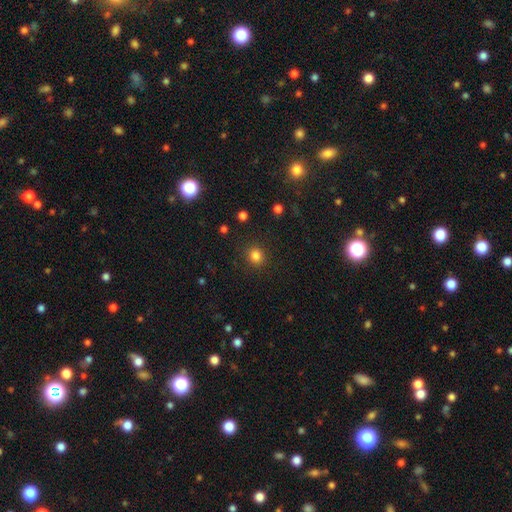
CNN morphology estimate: A smooth galaxy with no disk features (83%) that is round (86%).

Vote fractions:
- Smooth or featured? smooth: 83% / star or artifact: 13% / featured or disk: 4%
- How rounded? round: 86% / in between: 13% / cigar-shaped: 1%
- Merging? none: 90% / minor disturbance: 6% / major disturbance: 3% / merger: 1%